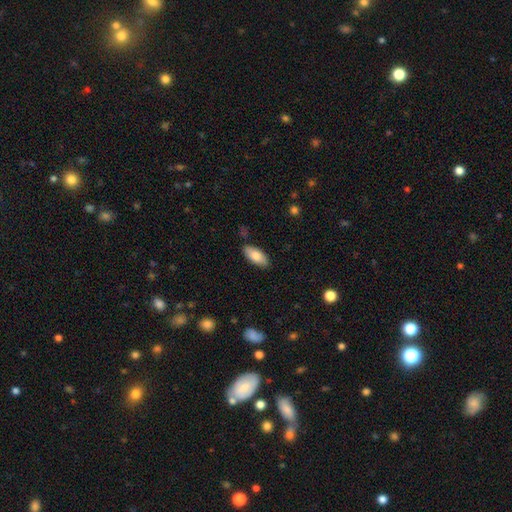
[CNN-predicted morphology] smooth_or_featured: smooth (p=0.81) [alt: featured or disk p=0.12]
how_rounded: in between (p=0.88) [alt: cigar-shaped p=0.10]
merging: none (p=0.83) [alt: minor disturbance p=0.12]